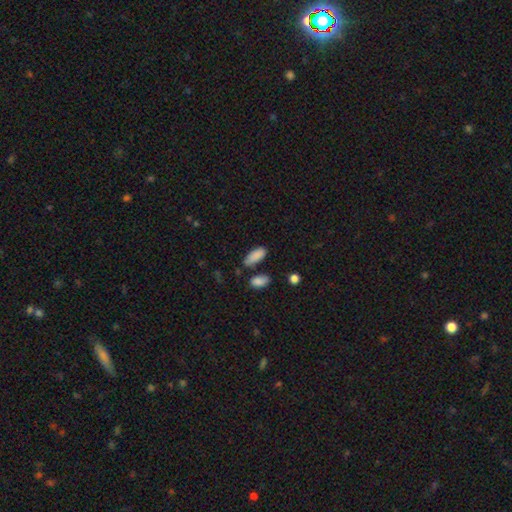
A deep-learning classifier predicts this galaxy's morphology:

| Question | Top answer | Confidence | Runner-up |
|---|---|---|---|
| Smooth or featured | smooth | 87% | star or artifact (7%) |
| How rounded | in between | 82% | cigar-shaped (16%) |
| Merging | none | 67% | minor disturbance (19%) |